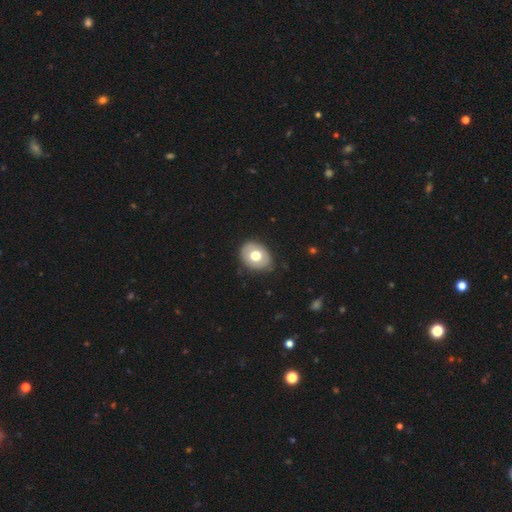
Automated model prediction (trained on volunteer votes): Overall: smooth (65%; featured or disk 28%). How rounded: in between (51%; round 48%). Merging: none (83%).